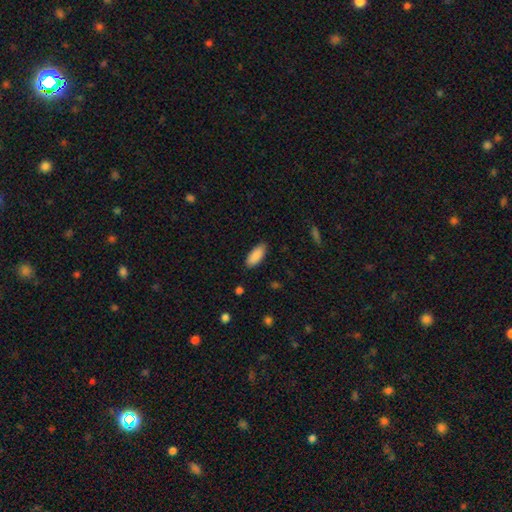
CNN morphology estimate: smooth 90%, star or artifact 6%, featured or disk 4%. Down the decision tree: how rounded — in between (84%); merging — none (87%).